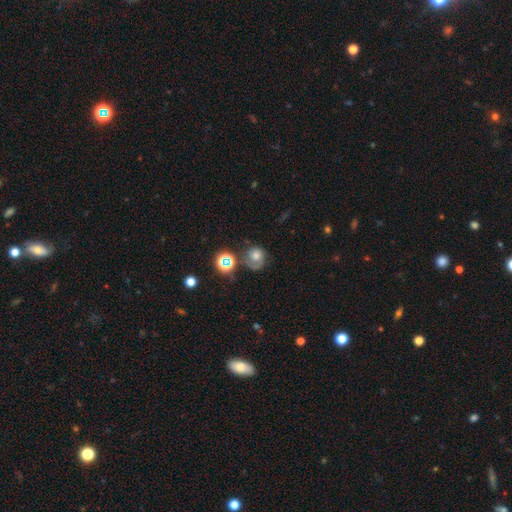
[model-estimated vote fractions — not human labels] Smooth or featured? Predicted: smooth (p=0.59). How rounded? Predicted: round (p=0.79). Merging? Predicted: none (p=0.46).